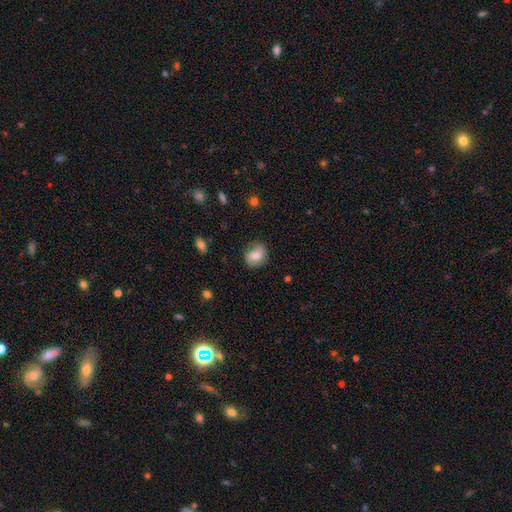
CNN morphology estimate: Smooth or featured: smooth — 51% (featured or disk — 41%)
How rounded: round — 62% (in between — 37%)
Merging: none — 73% (minor disturbance — 20%)